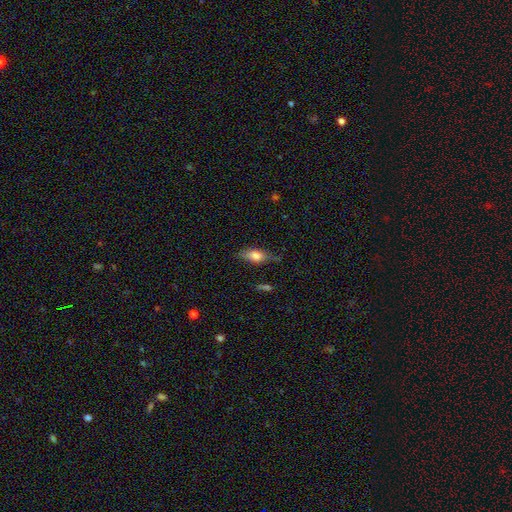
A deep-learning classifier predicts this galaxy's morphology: smooth 64%, featured or disk 28%, star or artifact 8%. Down the decision tree: how rounded — in between (72%); merging — none (71%).